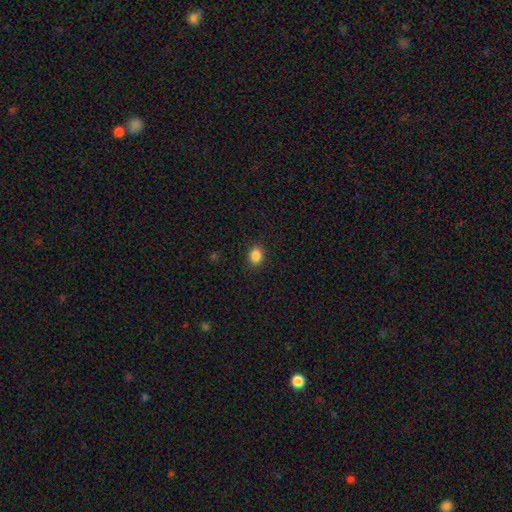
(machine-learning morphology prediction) Overall: smooth (87%). How rounded: in between (55%; round 44%). Merging: none (89%).